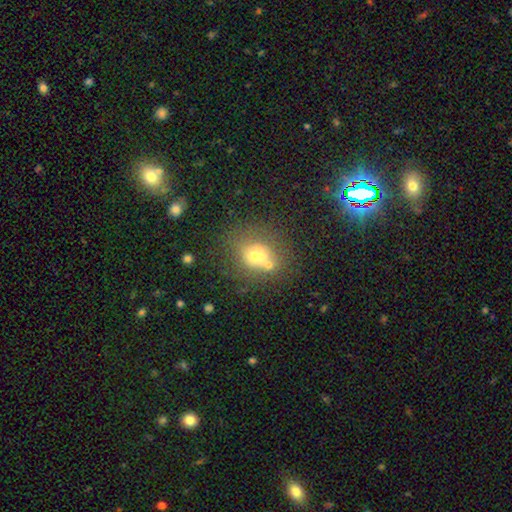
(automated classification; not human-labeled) Smooth or featured?
  - smooth: 57% *
  - featured or disk: 26%
  - star or artifact: 17%
How rounded?
  - round: 68% *
  - in between: 31%
  - cigar-shaped: 1%
Merging?
  - none: 41% *
  - merger: 40%
  - minor disturbance: 12%
  - major disturbance: 7%